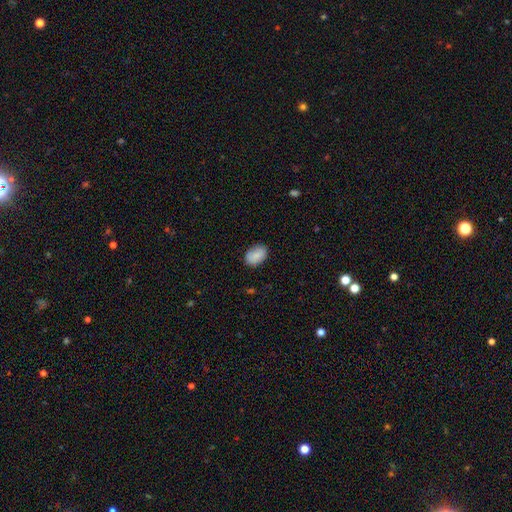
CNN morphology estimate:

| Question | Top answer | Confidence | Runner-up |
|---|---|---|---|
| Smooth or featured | smooth | 86% | star or artifact (7%) |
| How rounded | in between | 81% | round (18%) |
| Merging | none | 81% | minor disturbance (15%) |